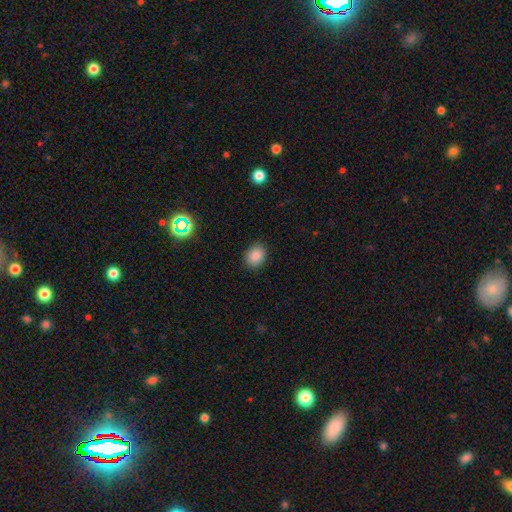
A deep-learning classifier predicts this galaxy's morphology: smooth 86%, star or artifact 10%, featured or disk 4%. Down the decision tree: how rounded — in between (52%); merging — none (88%).